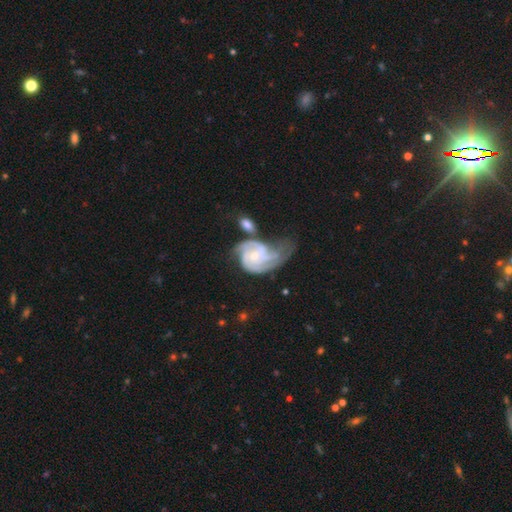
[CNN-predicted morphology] A featured or disk galaxy (87%) with no bar (64%), 2 (45%) tight (47%) spiral arms (96%) and a small central bulge (51%).

Vote fractions:
- Smooth or featured? featured or disk: 87% / smooth: 9% / star or artifact: 5%
- Edge-on disk? no: 98% / yes: 2%
- Bar? no: 64% / weak: 30% / strong: 6%
- Spiral arms? yes: 96% / no: 4%
- Spiral winding? tight: 47% / medium: 39% / loose: 14%
- Spiral arm count? 2: 45% / 3: 25% / can't tell: 15% / 1: 6% / 4: 5% / more than 4: 4%
- Bulge size? small: 51% / moderate: 42% / none: 3% / large: 3% / dominant: 1%
- Merging? major disturbance: 32% / none: 28% / minor disturbance: 21% / merger: 18%